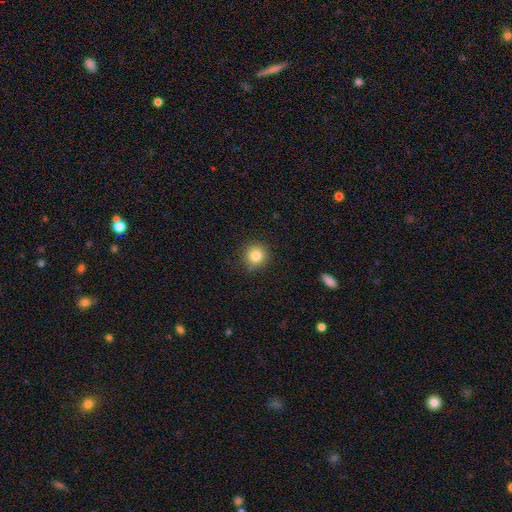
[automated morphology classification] A smooth galaxy with no disk features (83%) that is round (93%). Merging: none (88%).